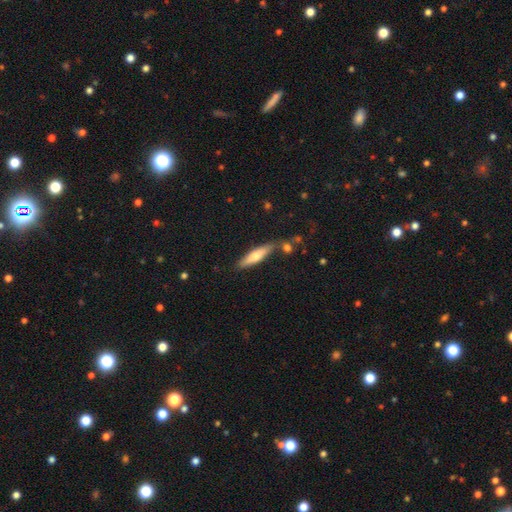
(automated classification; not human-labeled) smooth 59%, featured or disk 35%, star or artifact 6%. Down the decision tree: how rounded — cigar-shaped (75%); merging — none (73%).